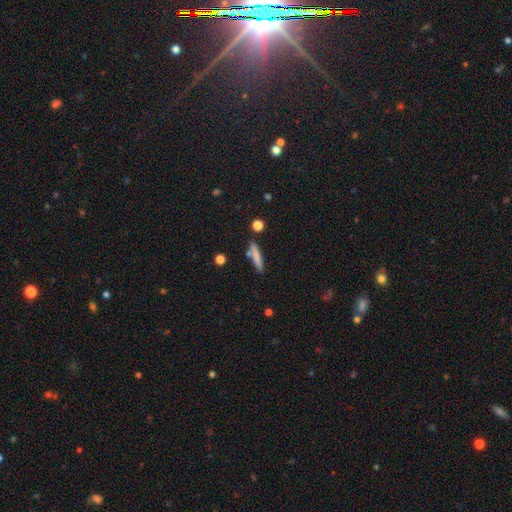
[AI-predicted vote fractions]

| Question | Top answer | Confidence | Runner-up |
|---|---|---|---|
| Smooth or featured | smooth | 76% | featured or disk (17%) |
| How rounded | cigar-shaped | 90% | in between (8%) |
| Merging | none | 79% | minor disturbance (12%) |